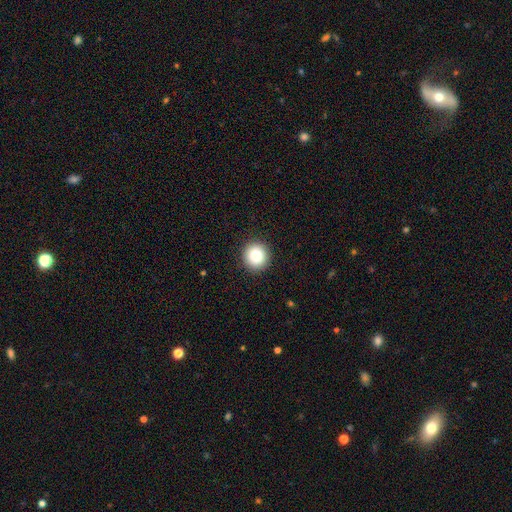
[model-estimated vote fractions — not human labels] smooth 86%, star or artifact 9%, featured or disk 5%. Down the decision tree: how rounded — round (93%); merging — none (92%).